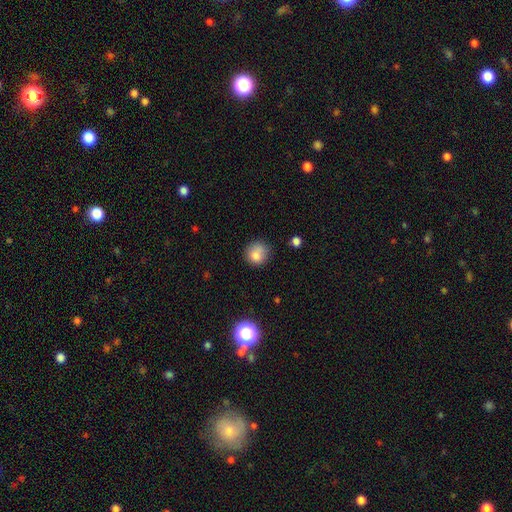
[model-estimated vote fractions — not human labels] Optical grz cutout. It shows a smooth galaxy with no disk features (79%) that is round (84%). Merging: none (63%).